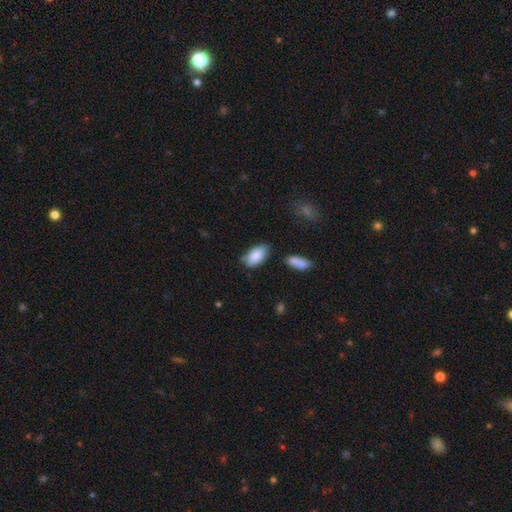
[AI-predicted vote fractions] This appears to be a smooth galaxy with no disk features (86%) that is in between round and cigar-shaped (94%). Merging: none (64%).